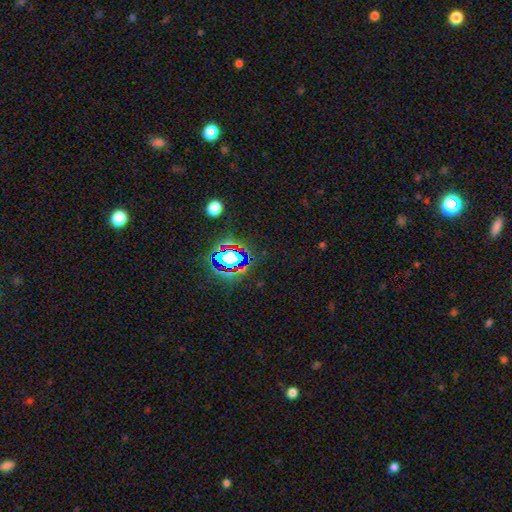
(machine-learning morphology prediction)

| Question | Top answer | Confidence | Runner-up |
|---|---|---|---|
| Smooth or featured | star or artifact | 80% | smooth (12%) |